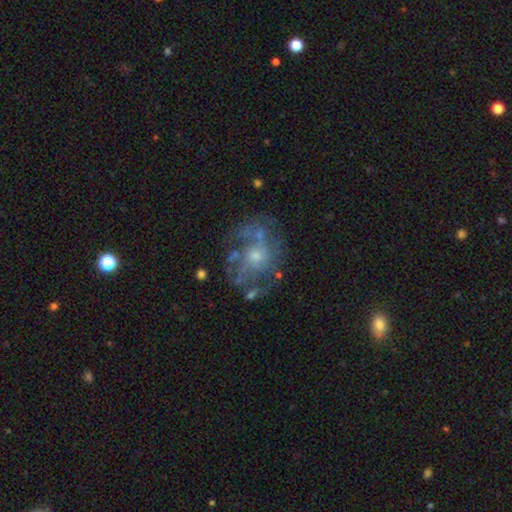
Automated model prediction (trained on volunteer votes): Smooth or featured?
  - featured or disk: 75% *
  - smooth: 14%
  - star or artifact: 11%
Edge-on disk?
  - no: 97% *
  - yes: 3%
Bar?
  - no: 80% *
  - weak: 17%
  - strong: 3%
Spiral arms?
  - yes: 68% *
  - no: 32%
Bulge size?
  - small: 56% *
  - moderate: 36%
  - none: 4%
  - large: 2%
  - dominant: 1%
Merging?
  - none: 59% *
  - minor disturbance: 18%
  - major disturbance: 17%
  - merger: 5%